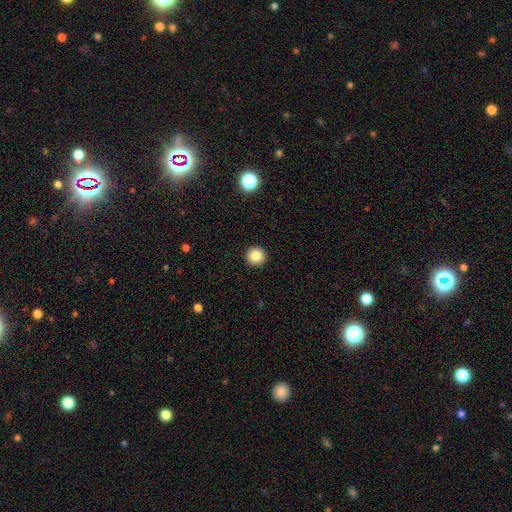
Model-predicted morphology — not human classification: Overall: smooth (86%). How rounded: round (96%). Merging: none (93%).